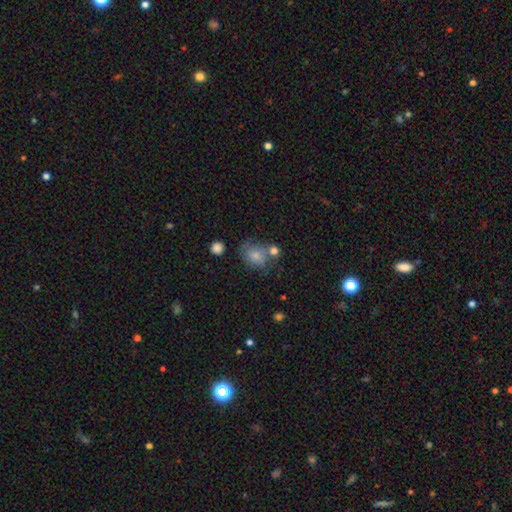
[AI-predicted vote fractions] This is likely a smooth galaxy (73%). How rounded: possibly round (54%). Merging: possibly none (46%).